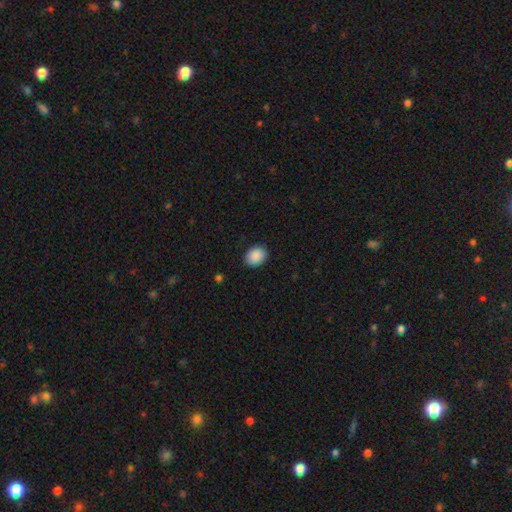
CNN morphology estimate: A smooth galaxy with no disk features (90%) that is in between round and cigar-shaped (54%).

Vote fractions:
- Smooth or featured? smooth: 90% / star or artifact: 8% / featured or disk: 3%
- How rounded? in between: 54% / round: 46% / cigar-shaped: 1%
- Merging? none: 89% / minor disturbance: 8% / major disturbance: 2% / merger: 1%